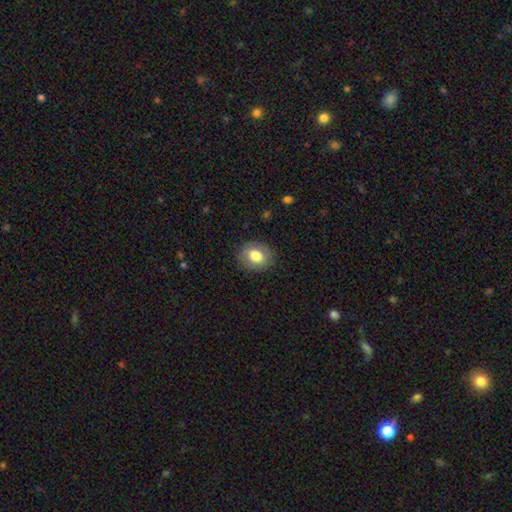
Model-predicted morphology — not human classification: smooth_or_featured: smooth (p=0.75) [alt: featured or disk p=0.16]
how_rounded: round (p=0.58) [alt: in between p=0.41]
merging: none (p=0.84) [alt: minor disturbance p=0.11]